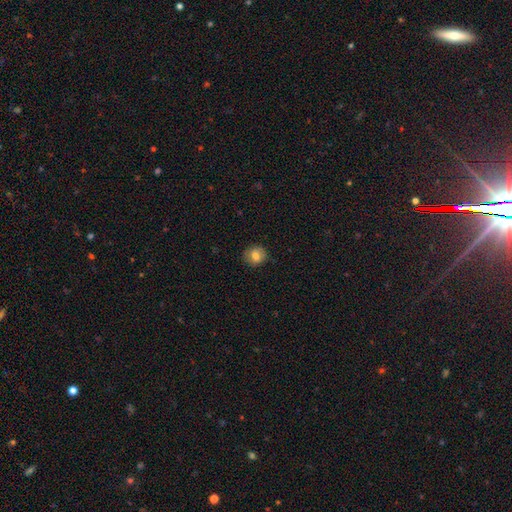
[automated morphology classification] smooth_or_featured: smooth (p=0.76) [alt: featured or disk p=0.14]
how_rounded: round (p=0.79) [alt: in between p=0.20]
merging: none (p=0.84) [alt: minor disturbance p=0.12]